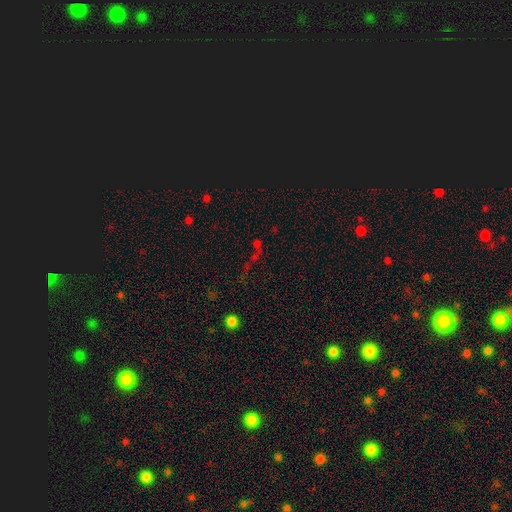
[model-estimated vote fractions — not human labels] A star or artifact, not a galaxy (62%).